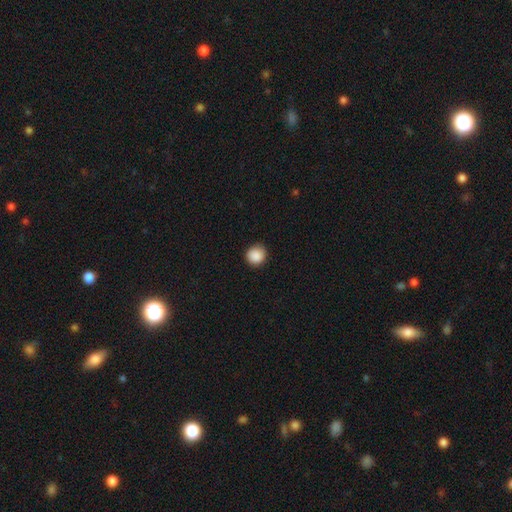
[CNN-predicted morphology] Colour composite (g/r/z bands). It shows a smooth galaxy with no disk features (89%) that is round (90%). Merging: none (87%).